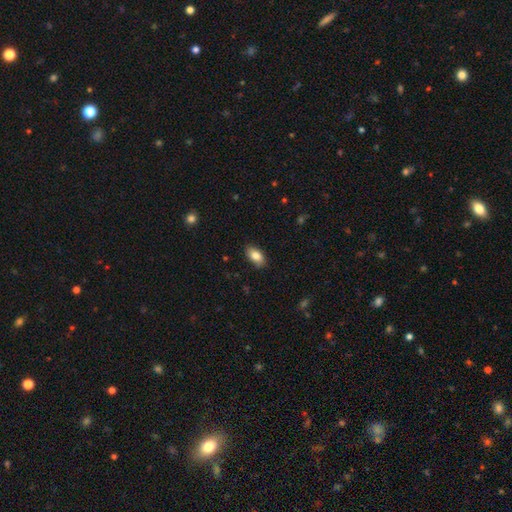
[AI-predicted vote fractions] smooth_or_featured: smooth (p=0.84) [alt: featured or disk p=0.08]
how_rounded: in between (p=0.91) [alt: round p=0.05]
merging: none (p=0.85) [alt: minor disturbance p=0.12]